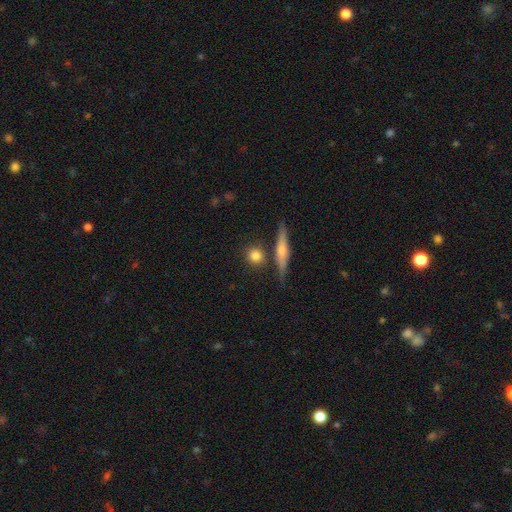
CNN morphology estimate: type=smooth (78%); roundness=round (78%); merging=none (77%).